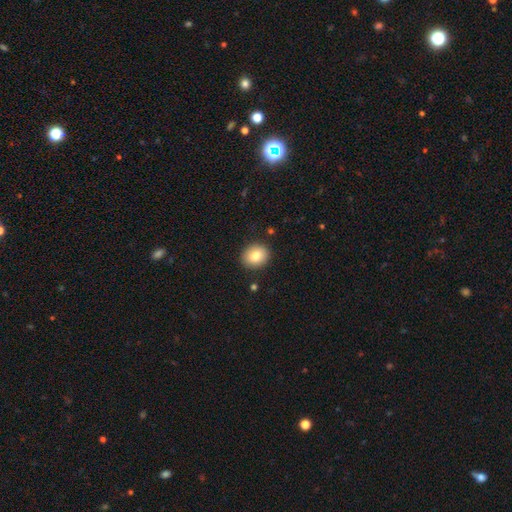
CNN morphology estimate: The model was most divided on "how rounded": round: 70%, in between: 29%, cigar-shaped: 1%. More confident: merging — none (90%); smooth or featured — smooth (81%).